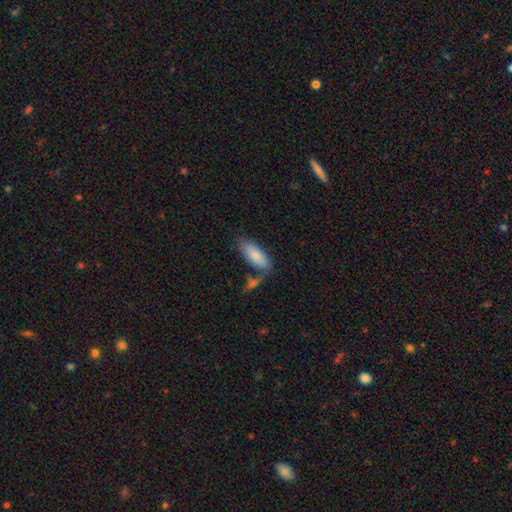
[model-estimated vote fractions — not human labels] A smooth galaxy with no disk features (81%) that is in between round and cigar-shaped (81%).

Vote fractions:
- Smooth or featured? smooth: 81% / featured or disk: 13% / star or artifact: 6%
- How rounded? in between: 81% / cigar-shaped: 17% / round: 2%
- Merging? none: 57% / minor disturbance: 19% / merger: 18% / major disturbance: 6%